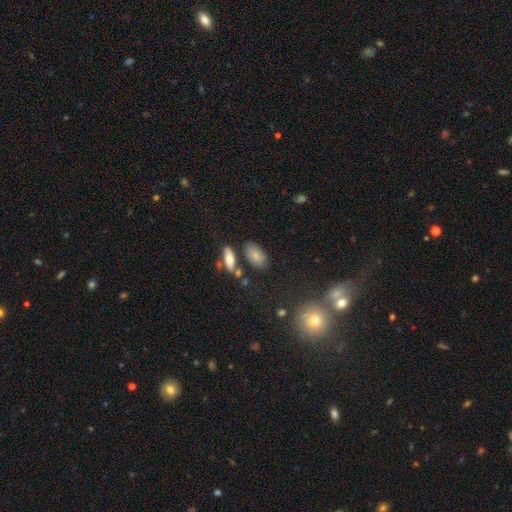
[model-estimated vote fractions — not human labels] This appears to be a smooth galaxy with no disk features (78%) that is in between round and cigar-shaped (90%). Merging: none (70%).